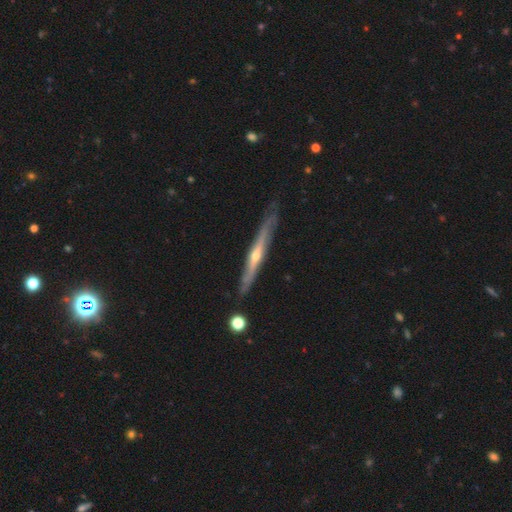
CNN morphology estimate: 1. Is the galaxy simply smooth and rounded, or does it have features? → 75% featured or disk, 20% smooth, 5% star or artifact.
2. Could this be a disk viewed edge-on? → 93% yes, 7% no.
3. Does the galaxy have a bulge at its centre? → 75% rounded, 22% none, 3% boxy.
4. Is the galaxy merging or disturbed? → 80% none, 16% minor disturbance, 3% major disturbance, 2% merger.